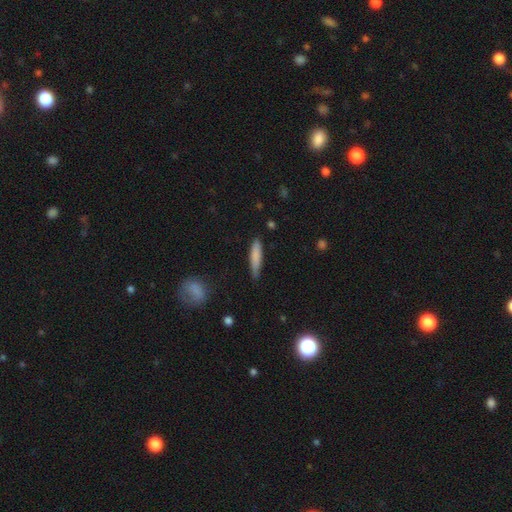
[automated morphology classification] Smooth or featured: smooth — 80% (featured or disk — 13%)
How rounded: cigar-shaped — 82% (in between — 16%)
Merging: none — 75% (minor disturbance — 20%)